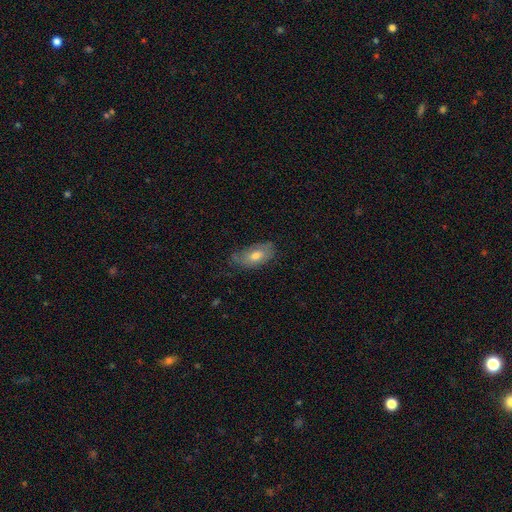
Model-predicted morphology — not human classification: smooth 62%, featured or disk 30%, star or artifact 8%. Down the decision tree: how rounded — in between (88%); merging — none (59%).